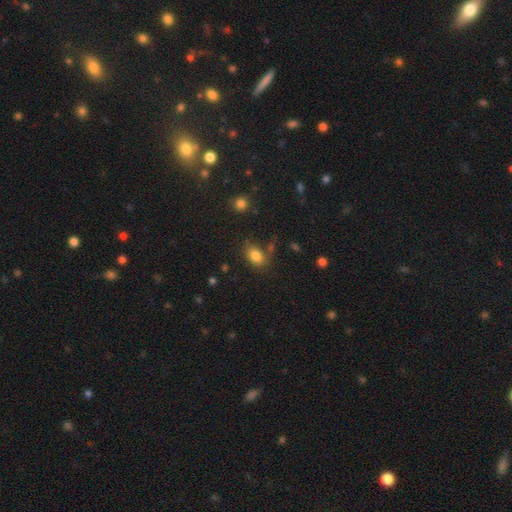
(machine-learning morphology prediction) smooth-or-featured: smooth: 82% | star or artifact: 10% | featured or disk: 7%
  how-rounded: in between: 77% | round: 22% | cigar-shaped: 1%
  merging: none: 73% | minor disturbance: 16% | merger: 6% | major disturbance: 5%